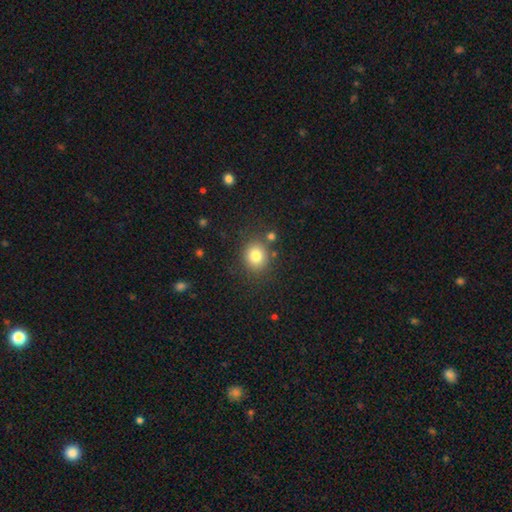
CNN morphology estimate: smooth-or-featured: smooth: 80% | star or artifact: 12% | featured or disk: 8%
  how-rounded: round: 77% | in between: 22% | cigar-shaped: 1%
  merging: none: 80% | minor disturbance: 10% | merger: 6% | major disturbance: 4%